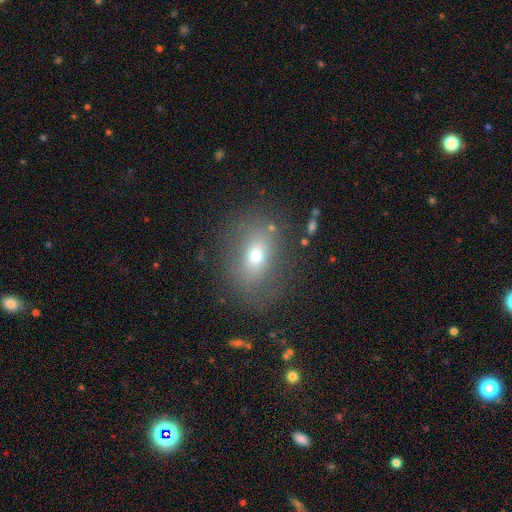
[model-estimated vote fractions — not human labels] This appears to be a smooth galaxy with no disk features (67%) that is in between round and cigar-shaped (72%). Merging: none (75%).